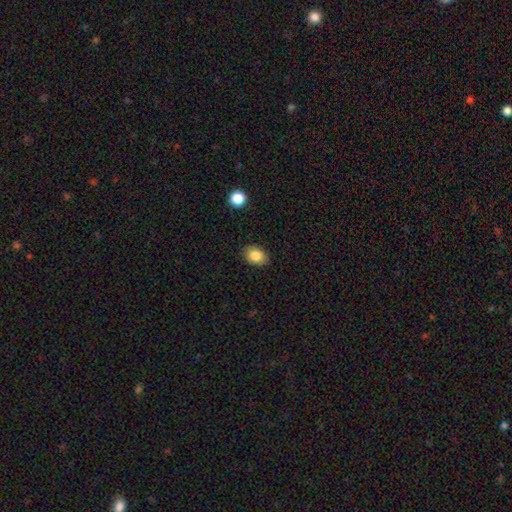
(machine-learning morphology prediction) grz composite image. It shows a smooth galaxy with no disk features (84%) that is in between round and cigar-shaped (75%). Merging: none (87%).